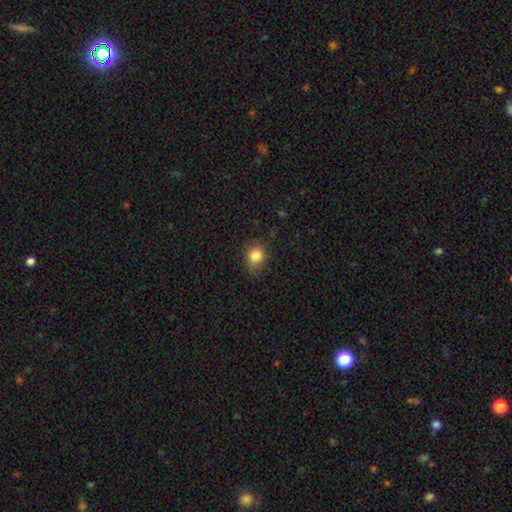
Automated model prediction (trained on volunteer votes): Smooth or featured?
  - smooth: 83% *
  - star or artifact: 10%
  - featured or disk: 6%
How rounded?
  - round: 69% *
  - in between: 30%
  - cigar-shaped: 1%
Merging?
  - none: 75% *
  - minor disturbance: 20%
  - major disturbance: 5%
  - merger: 1%